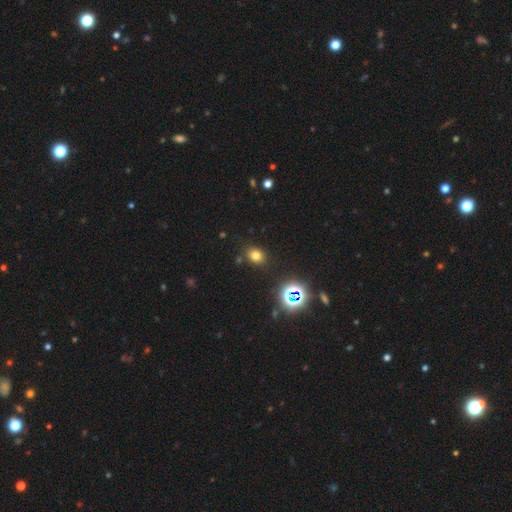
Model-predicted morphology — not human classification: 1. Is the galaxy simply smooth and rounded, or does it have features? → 72% smooth, 21% star or artifact, 7% featured or disk.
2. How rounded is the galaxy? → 51% round, 48% in between, 1% cigar-shaped.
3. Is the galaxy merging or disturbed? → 83% none, 10% minor disturbance, 4% merger, 3% major disturbance.